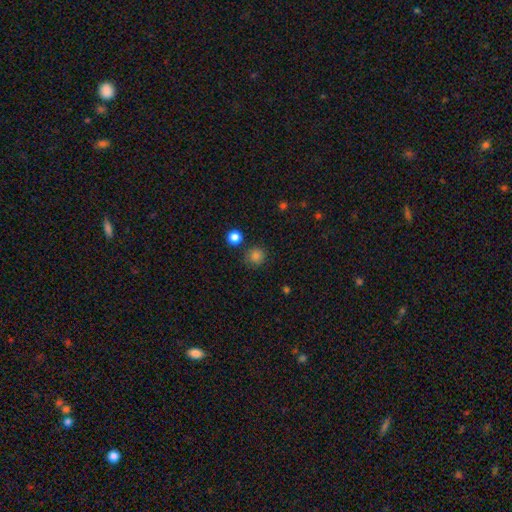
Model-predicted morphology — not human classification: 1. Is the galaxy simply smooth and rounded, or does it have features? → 83% smooth, 13% star or artifact, 4% featured or disk.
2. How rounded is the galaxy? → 93% round, 6% in between, 1% cigar-shaped.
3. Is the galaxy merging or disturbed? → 84% none, 8% minor disturbance, 5% merger, 3% major disturbance.